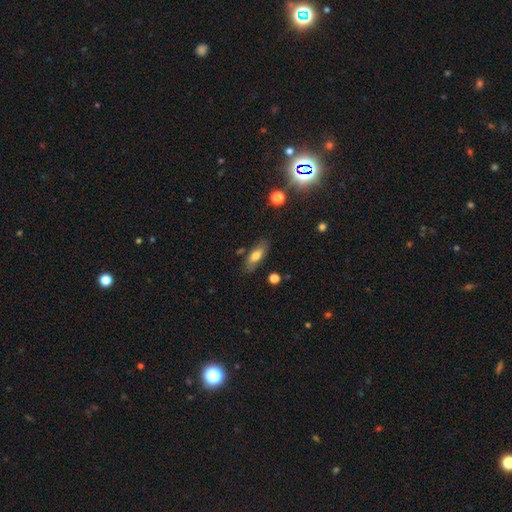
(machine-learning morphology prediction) Q: Smooth or featured?
A: smooth (66%); runner-up: featured or disk (26%)
Q: How rounded?
A: in between (70%); runner-up: cigar-shaped (27%)
Q: Merging?
A: none (78%); runner-up: minor disturbance (15%)